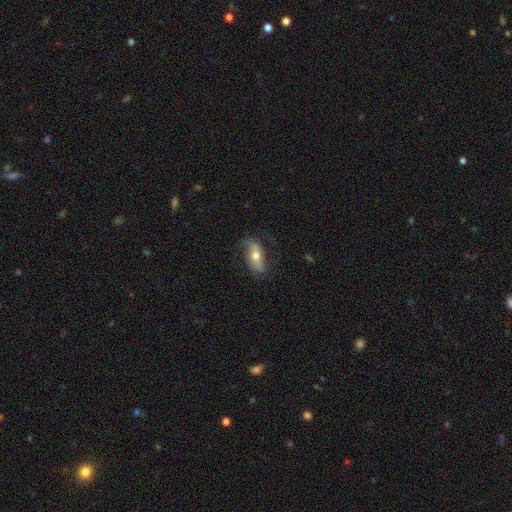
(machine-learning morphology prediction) Q: Smooth or featured?
A: smooth (48%); runner-up: featured or disk (45%)
Q: Merging?
A: none (70%); runner-up: minor disturbance (20%)